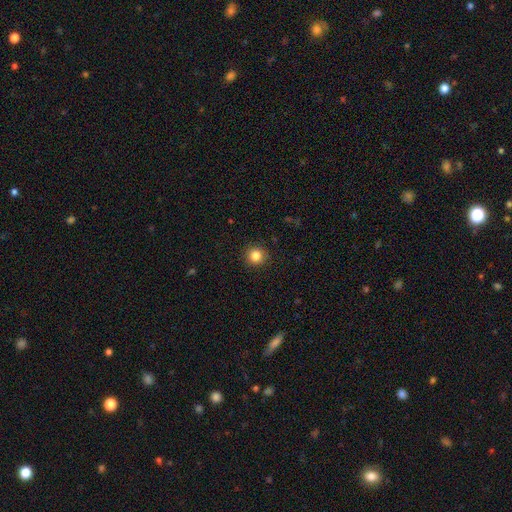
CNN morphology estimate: smooth_or_featured: smooth (p=0.84) [alt: star or artifact p=0.11]
how_rounded: round (p=0.93) [alt: in between p=0.06]
merging: none (p=0.92) [alt: minor disturbance p=0.05]